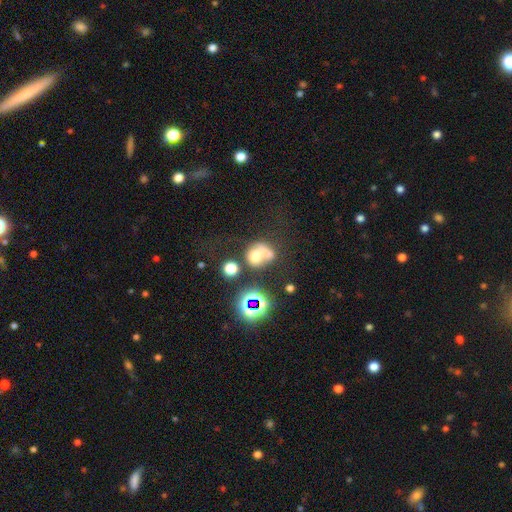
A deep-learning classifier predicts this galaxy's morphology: type=smooth (55%); roundness=round (69%); merging=merger (47%).